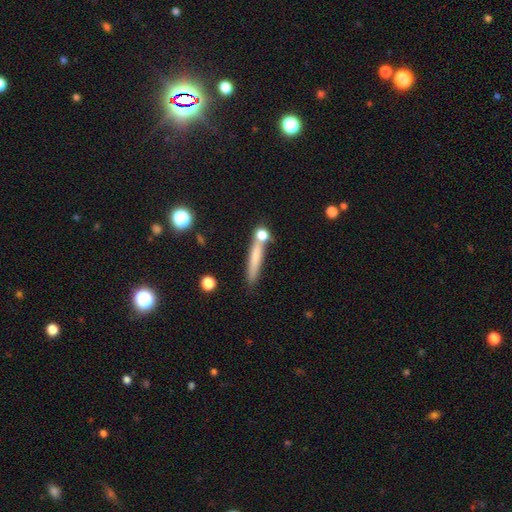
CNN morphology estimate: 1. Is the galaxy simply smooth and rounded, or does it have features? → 67% smooth, 24% featured or disk, 9% star or artifact.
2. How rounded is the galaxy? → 89% cigar-shaped, 8% in between, 3% round.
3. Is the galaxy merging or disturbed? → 67% none, 14% merger, 14% minor disturbance, 5% major disturbance.